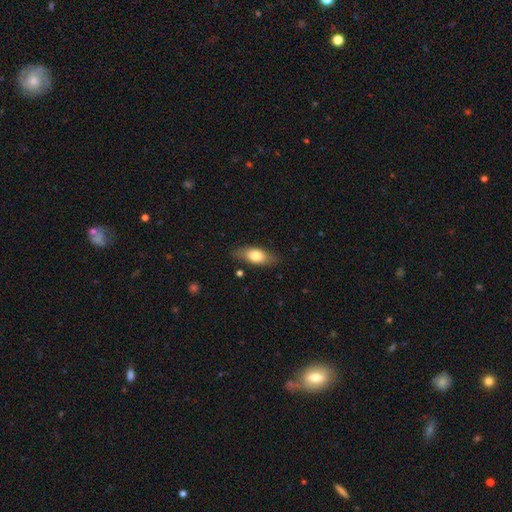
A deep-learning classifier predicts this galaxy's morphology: type=smooth (73%); roundness=in between (81%); merging=none (81%).